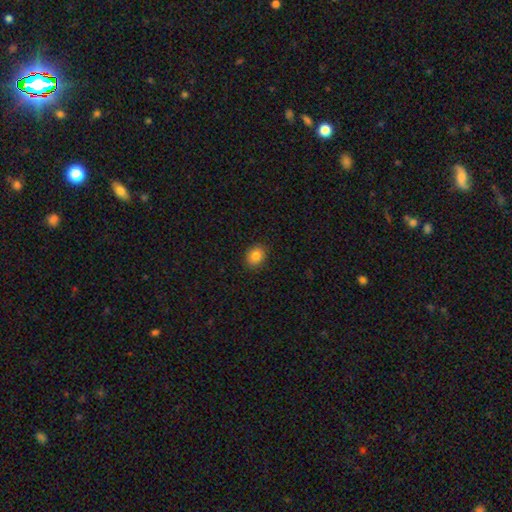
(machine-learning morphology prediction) smooth-or-featured: smooth: 84% | star or artifact: 10% | featured or disk: 7%
  how-rounded: round: 51% | in between: 48% | cigar-shaped: 1%
  merging: none: 89% | minor disturbance: 8% | major disturbance: 2% | merger: 1%